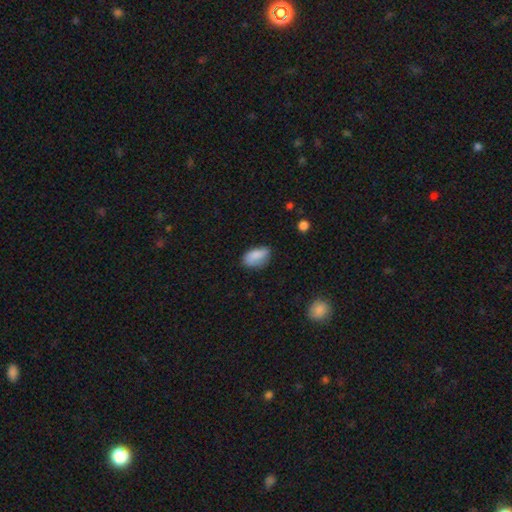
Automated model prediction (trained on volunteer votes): Smooth or featured? Predicted: smooth (p=0.83). How rounded? Predicted: in between (p=0.91). Merging? Predicted: none (p=0.62).